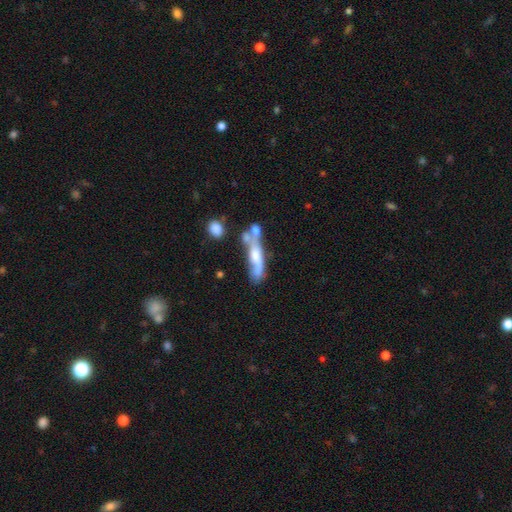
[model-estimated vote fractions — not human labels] This appears to be a featured or disk galaxy (55%). Merging: none (32%, tied with merger).